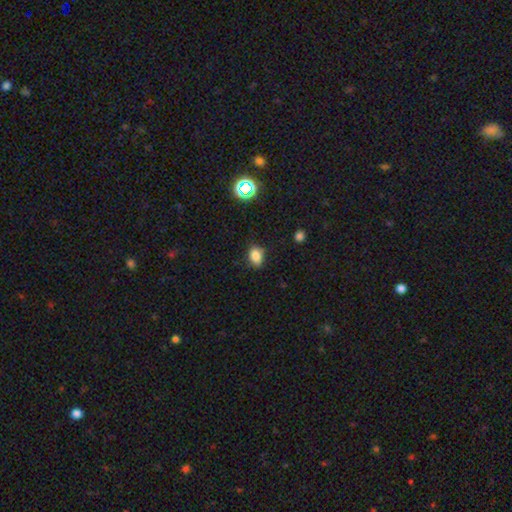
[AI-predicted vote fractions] Smooth or featured? smooth (82%)
How rounded? in between (75%)
Merging? none (78%)